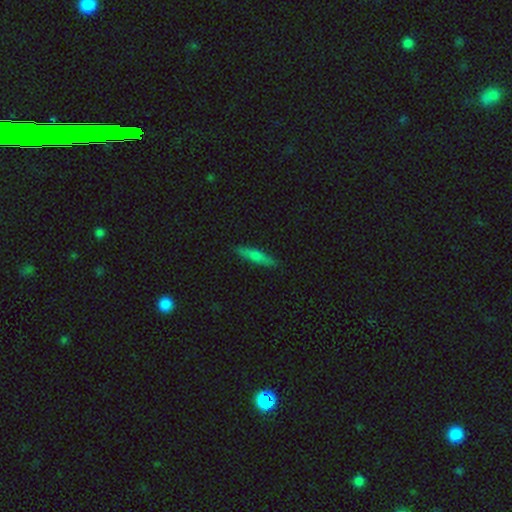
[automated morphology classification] Overall: smooth (54%; featured or disk 39%). How rounded: cigar-shaped (85%). Merging: none (89%).